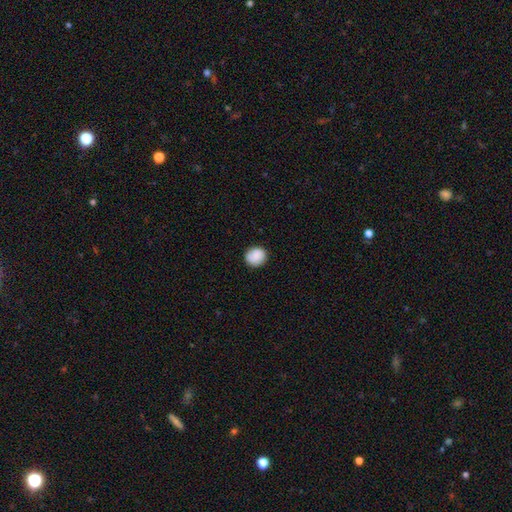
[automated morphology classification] A smooth galaxy with no disk features (87%) that is round (85%).

Vote fractions:
- Smooth or featured? smooth: 87% / star or artifact: 8% / featured or disk: 5%
- How rounded? round: 85% / in between: 14% / cigar-shaped: 1%
- Merging? none: 86% / minor disturbance: 10% / major disturbance: 2% / merger: 1%